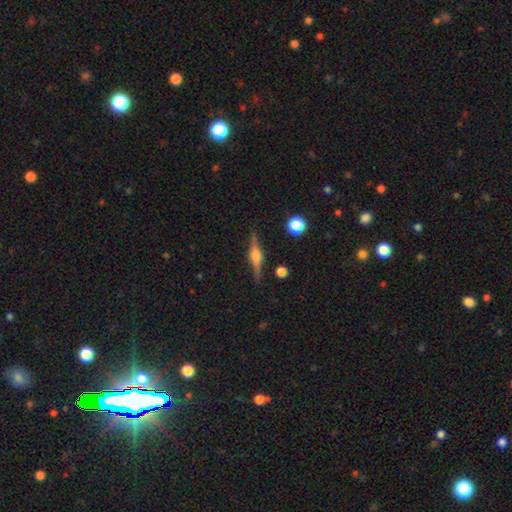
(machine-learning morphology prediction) This is likely a featured or disk galaxy (79%). It is clearly viewed edge-on (98%). Edge-on bulge: clearly rounded (87%). Merging: clearly none (88%).